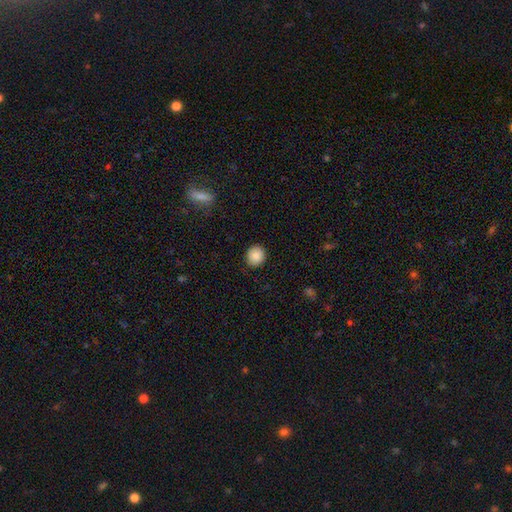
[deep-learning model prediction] Smooth or featured? smooth (87%)
How rounded? round (85%)
Merging? none (88%)